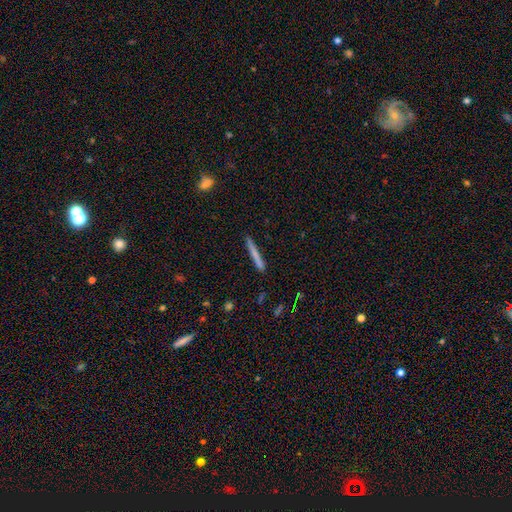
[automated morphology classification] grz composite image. It shows a smooth galaxy with no disk features (68%) that is cigar-shaped (97%). Merging: none (89%).